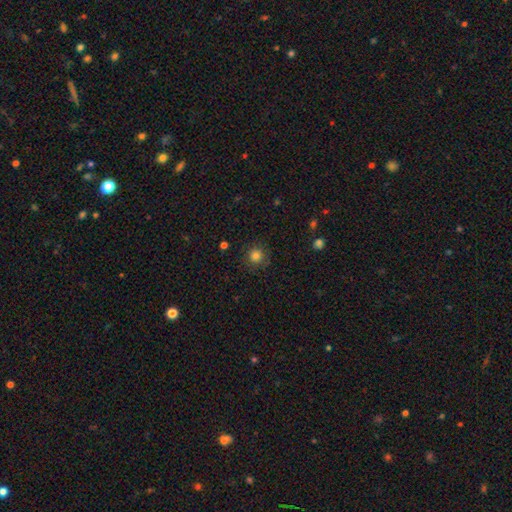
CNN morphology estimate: type=smooth (80%); roundness=round (94%); merging=none (85%).